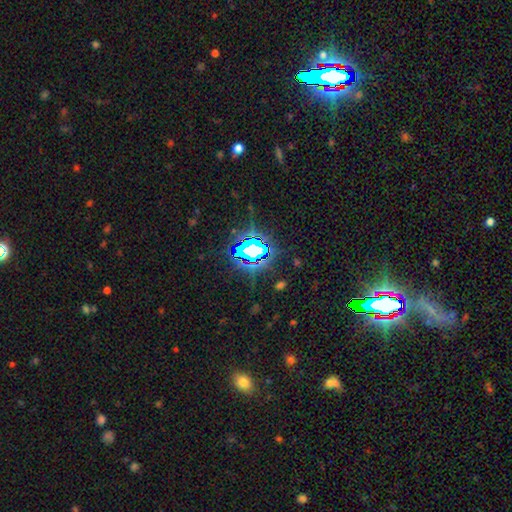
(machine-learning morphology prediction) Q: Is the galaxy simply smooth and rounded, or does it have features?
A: star or artifact — 74%.